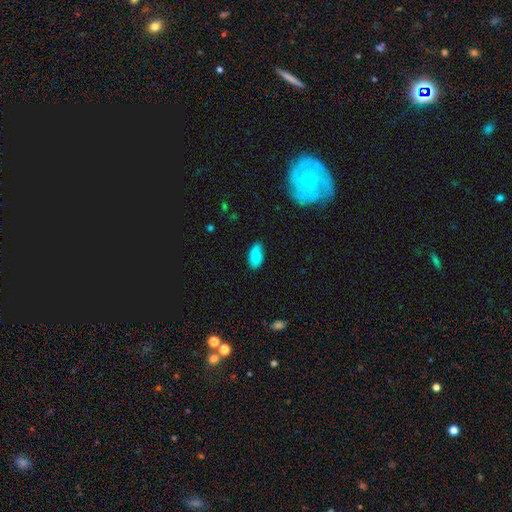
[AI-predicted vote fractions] Smooth or featured?
  - smooth: 87% *
  - star or artifact: 7%
  - featured or disk: 6%
How rounded?
  - in between: 94% *
  - cigar-shaped: 3%
  - round: 3%
Merging?
  - none: 74% *
  - minor disturbance: 20%
  - major disturbance: 4%
  - merger: 1%